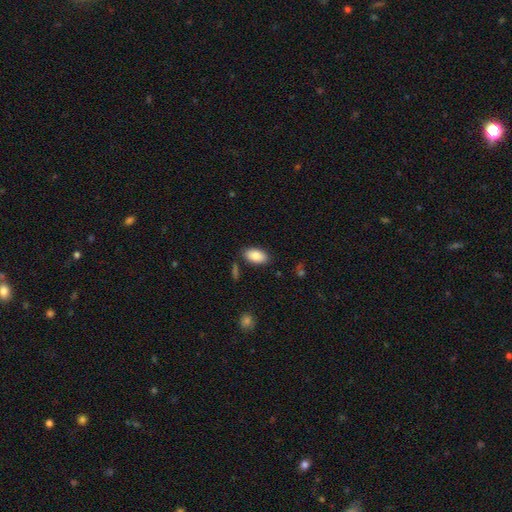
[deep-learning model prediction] smooth_or_featured: smooth (p=0.86) [alt: featured or disk p=0.07]
how_rounded: in between (p=0.94) [alt: round p=0.04]
merging: none (p=0.83) [alt: minor disturbance p=0.11]